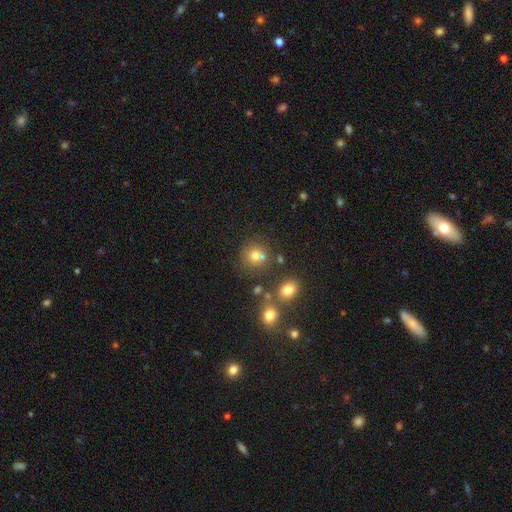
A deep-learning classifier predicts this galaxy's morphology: type=smooth (72%); roundness=round (86%); merging=none (63%).